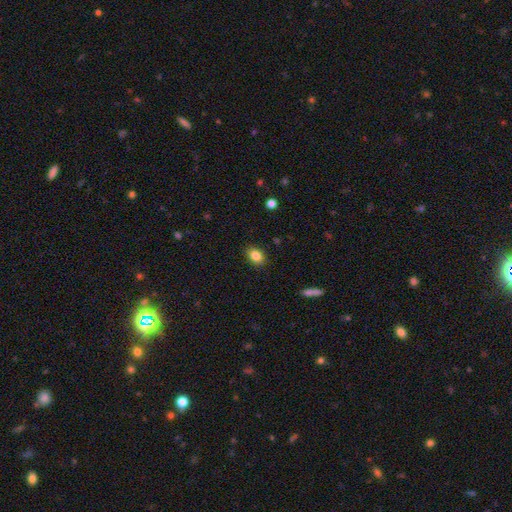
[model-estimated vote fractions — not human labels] The model was most divided on "how rounded": in between: 74%, round: 24%, cigar-shaped: 1%. More confident: merging — none (88%); smooth or featured — smooth (85%).